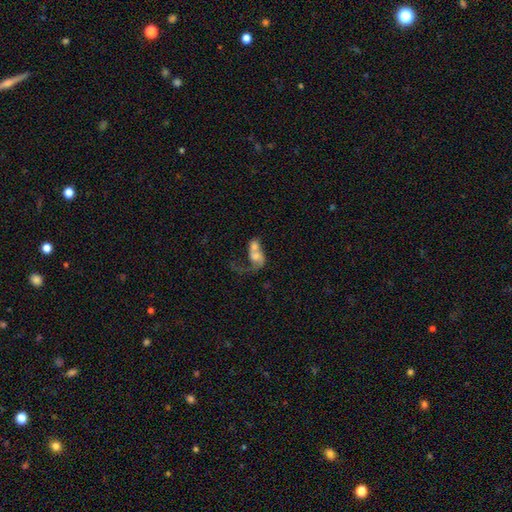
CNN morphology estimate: Smooth or featured? smooth (45%, tied with featured or disk)
Merging? merger (72%)